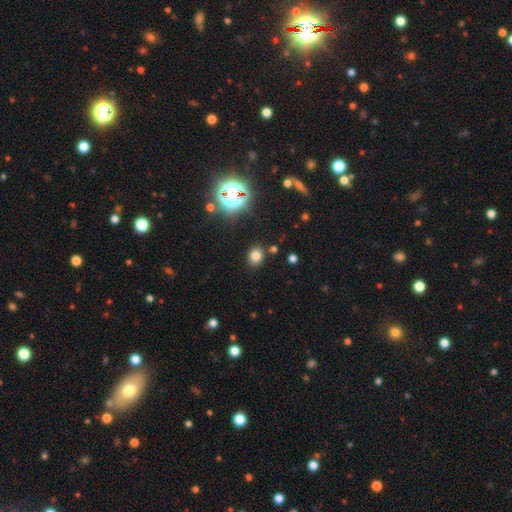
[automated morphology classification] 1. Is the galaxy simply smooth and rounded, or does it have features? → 75% smooth, 19% star or artifact, 7% featured or disk.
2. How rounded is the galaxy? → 57% round, 42% in between, 1% cigar-shaped.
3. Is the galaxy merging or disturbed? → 84% none, 9% minor disturbance, 3% merger, 3% major disturbance.